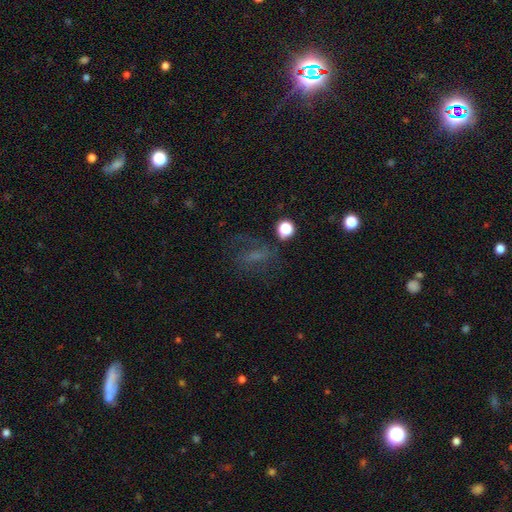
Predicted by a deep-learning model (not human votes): Morphology: type=featured or disk (36%, tied with smooth); merging=none (56%).